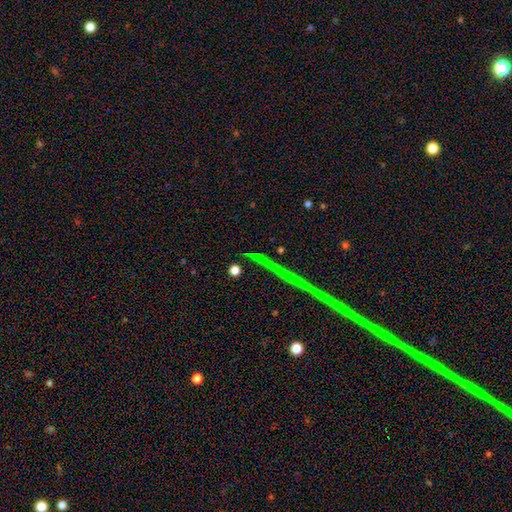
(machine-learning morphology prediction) Smooth or featured?
  - star or artifact: 62% *
  - smooth: 26%
  - featured or disk: 12%